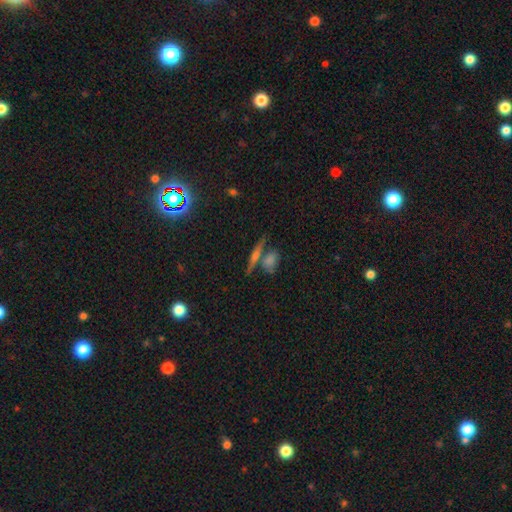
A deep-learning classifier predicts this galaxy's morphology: type=smooth (49%); merging=none (62%).